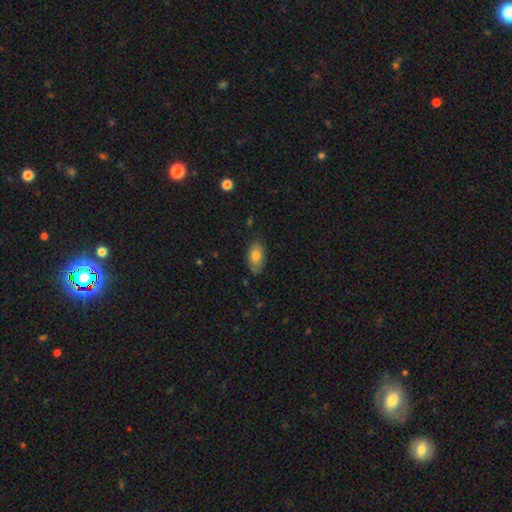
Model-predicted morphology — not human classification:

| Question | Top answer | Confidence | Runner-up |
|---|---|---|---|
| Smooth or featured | smooth | 78% | featured or disk (15%) |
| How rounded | in between | 92% | round (5%) |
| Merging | none | 76% | minor disturbance (20%) |